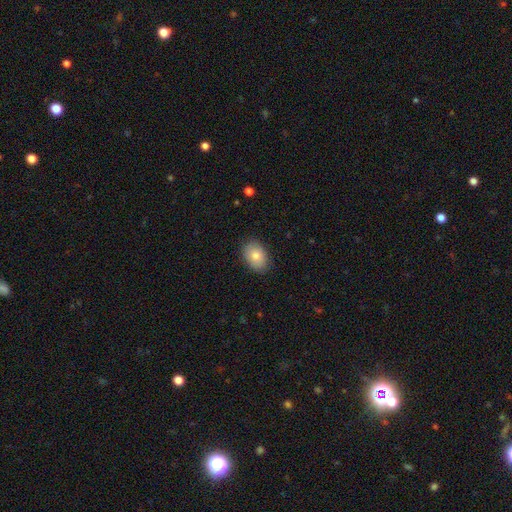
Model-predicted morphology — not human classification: smooth 81%, featured or disk 11%, star or artifact 7%. Down the decision tree: how rounded — in between (78%); merging — none (86%).